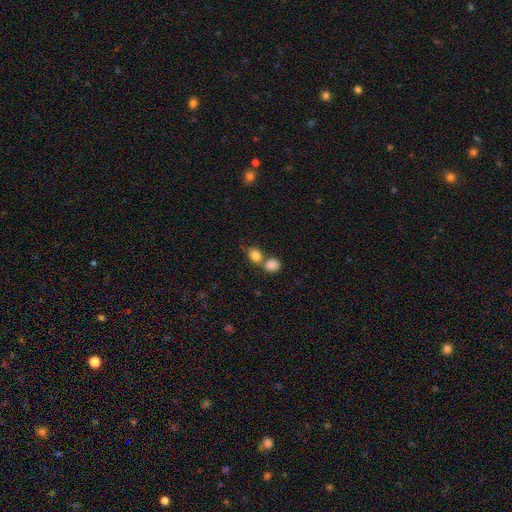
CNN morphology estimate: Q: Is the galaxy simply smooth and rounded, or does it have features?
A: smooth — 85%.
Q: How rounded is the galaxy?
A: round — 51%.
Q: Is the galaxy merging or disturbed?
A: merger — 46%.